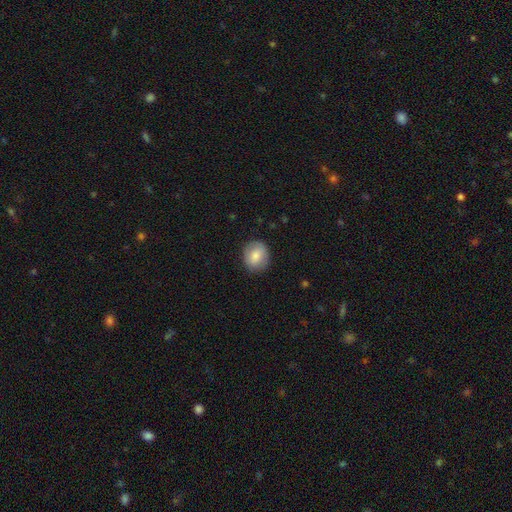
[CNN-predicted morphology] A smooth galaxy with no disk features (79%) that is round (69%).

Vote fractions:
- Smooth or featured? smooth: 79% / featured or disk: 14% / star or artifact: 7%
- How rounded? round: 69% / in between: 30% / cigar-shaped: 1%
- Merging? none: 85% / minor disturbance: 11% / major disturbance: 3% / merger: 1%